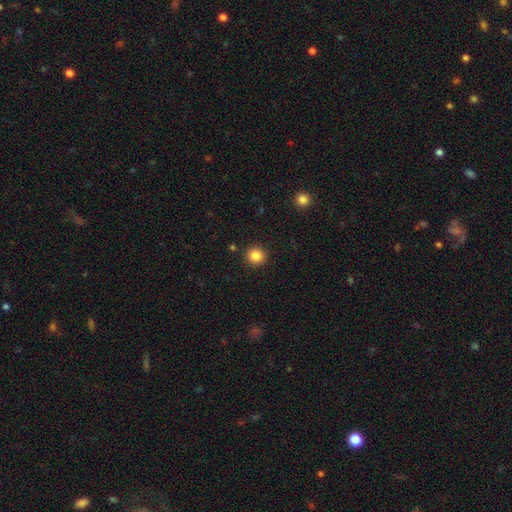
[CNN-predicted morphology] The model was most divided on "smooth or featured": smooth: 85%, star or artifact: 11%, featured or disk: 4%. More confident: how rounded — round (94%); merging — none (91%).